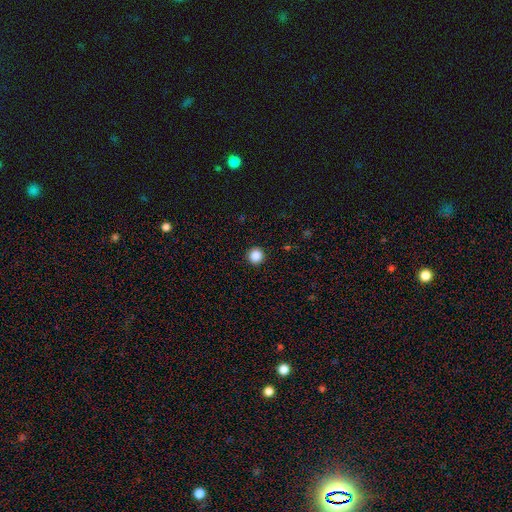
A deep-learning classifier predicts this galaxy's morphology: Overall: smooth (87%). How rounded: round (95%). Merging: none (93%).